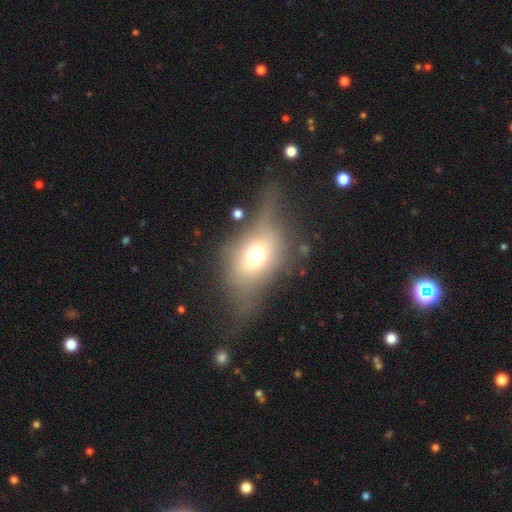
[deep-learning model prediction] This is possibly a smooth galaxy (52%). How rounded: likely in between (71%). Merging: marginally none (43%).